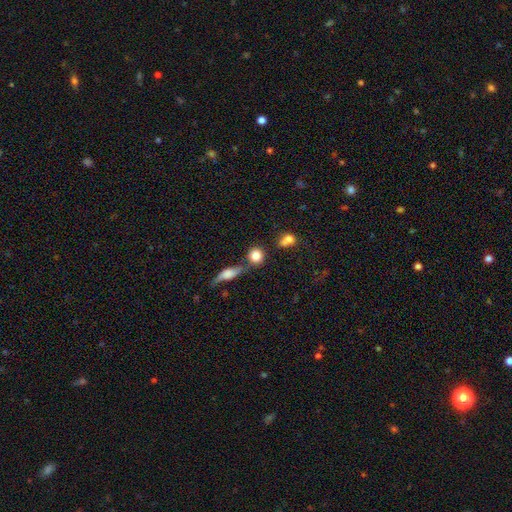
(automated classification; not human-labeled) smooth-or-featured: smooth: 82% | star or artifact: 9% | featured or disk: 9%
  how-rounded: round: 83% | in between: 14% | cigar-shaped: 2%
  merging: none: 62% | merger: 22% | minor disturbance: 11% | major disturbance: 5%